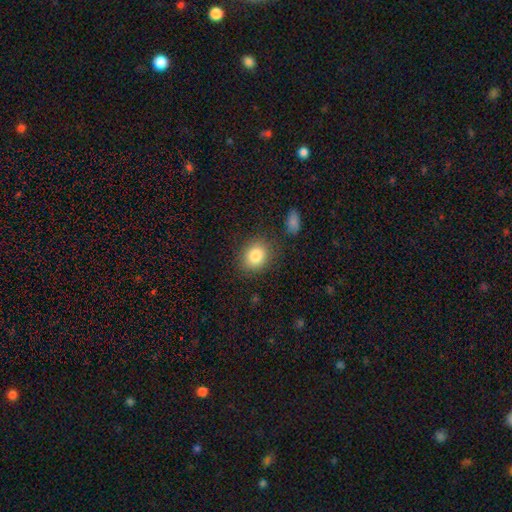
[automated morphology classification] This appears to be a smooth galaxy with no disk features (84%) that is round (64%). Merging: none (81%).